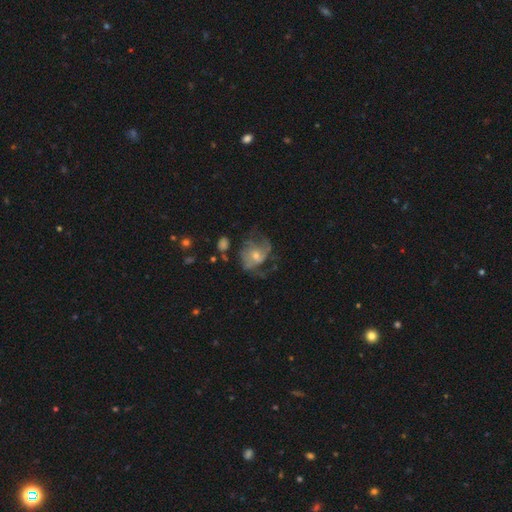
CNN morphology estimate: Smooth or featured: featured or disk — 65% (smooth — 27%)
Edge-on disk: no — 97% (yes — 3%)
Bar: no — 70% (weak — 25%)
Spiral arms: yes — 72% (no — 28%)
Bulge size: small — 47% (moderate — 46%)
Merging: none — 38% (major disturbance — 36%)